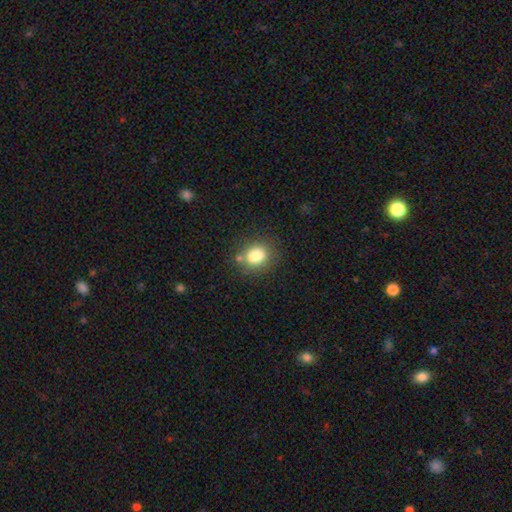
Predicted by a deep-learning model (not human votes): This is clearly a smooth galaxy (82%). How rounded: possibly round (50%). Merging: likely none (71%).